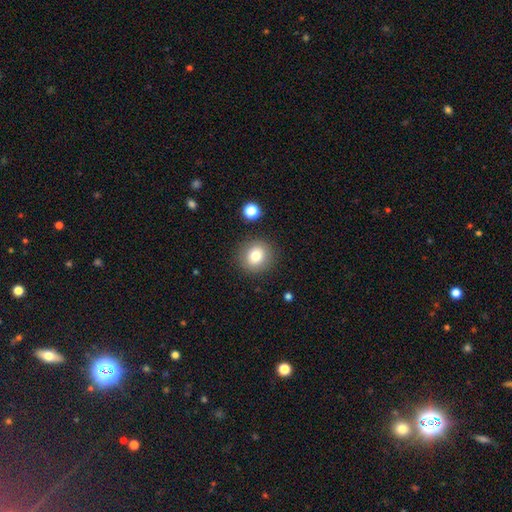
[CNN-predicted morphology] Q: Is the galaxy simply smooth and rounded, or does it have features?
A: smooth — 78%.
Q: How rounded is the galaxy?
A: round — 87%.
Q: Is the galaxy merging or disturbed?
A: none — 87%.